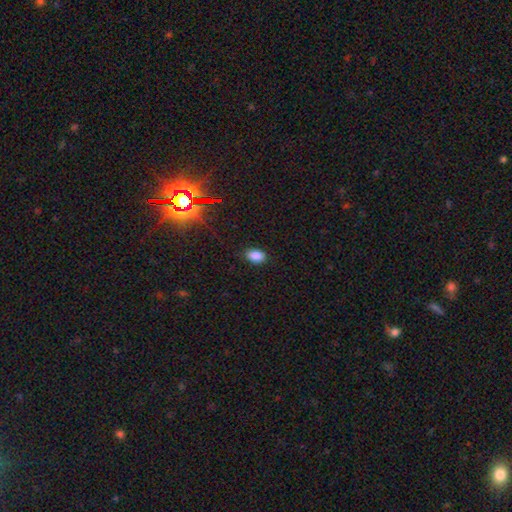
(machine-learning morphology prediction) This is clearly a smooth galaxy (84%). How rounded: clearly in between (86%). Merging: clearly none (85%).